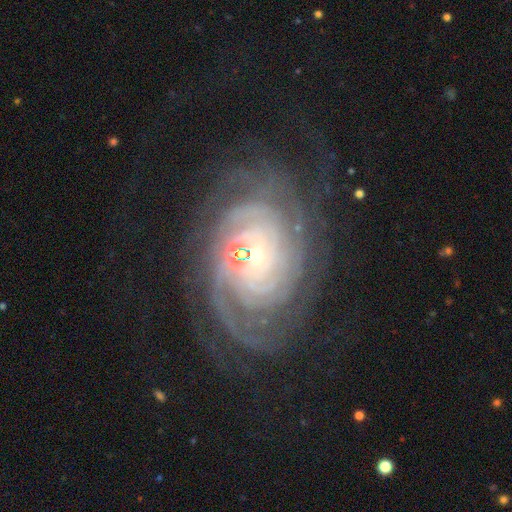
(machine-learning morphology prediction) A featured or disk galaxy (87%) with no bar (68%), tight (83%) spiral arms (98%) and a small central bulge (77%).

Vote fractions:
- Smooth or featured? featured or disk: 87% / star or artifact: 7% / smooth: 6%
- Edge-on disk? no: 96% / yes: 4%
- Bar? no: 68% / weak: 22% / strong: 9%
- Spiral arms? yes: 98% / no: 2%
- Spiral winding? tight: 83% / medium: 13% / loose: 3%
- Spiral arm count? can't tell: 26% / more than 4: 22% / 4: 17% / 2: 14% / 3: 13% / 1: 8%
- Bulge size? small: 77% / moderate: 17% / large: 3% / none: 2% / dominant: 1%
- Merging? none: 68% / minor disturbance: 17% / major disturbance: 9% / merger: 6%